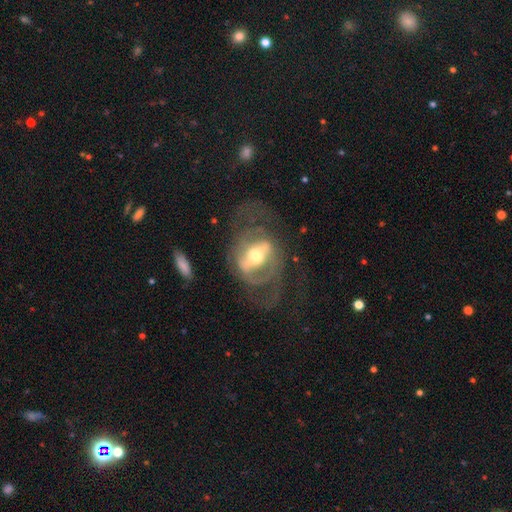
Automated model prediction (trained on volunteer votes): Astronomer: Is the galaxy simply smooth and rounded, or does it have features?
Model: featured or disk — 81%.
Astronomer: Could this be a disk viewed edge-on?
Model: no — 94%.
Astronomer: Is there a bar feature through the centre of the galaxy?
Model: strong — 56%.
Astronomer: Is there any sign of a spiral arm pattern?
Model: yes — 75%.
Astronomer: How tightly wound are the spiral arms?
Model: medium — 46% (runner-up: loose, 29%).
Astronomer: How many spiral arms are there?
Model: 2 — 75%.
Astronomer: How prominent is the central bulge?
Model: moderate — 68%.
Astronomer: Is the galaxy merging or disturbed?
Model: none — 54%.